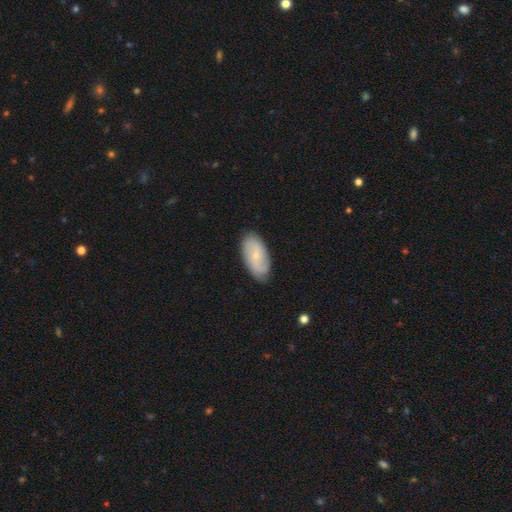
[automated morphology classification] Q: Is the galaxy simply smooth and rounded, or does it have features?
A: smooth — 50%.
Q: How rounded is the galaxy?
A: in between — 92%.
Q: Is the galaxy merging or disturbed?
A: none — 82%.